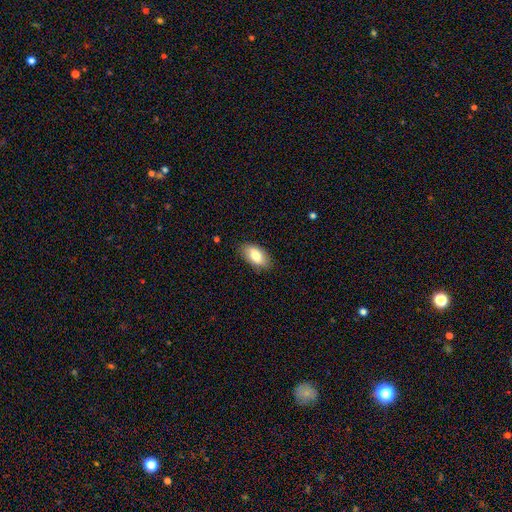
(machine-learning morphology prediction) The model was most divided on "smooth or featured": smooth: 79%, featured or disk: 15%, star or artifact: 7%. More confident: how rounded — in between (93%); merging — none (85%).